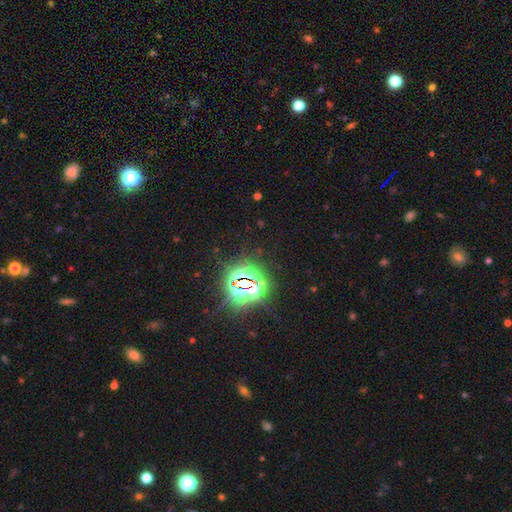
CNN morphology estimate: This is clearly a star or artifact rather than a galaxy (83%).